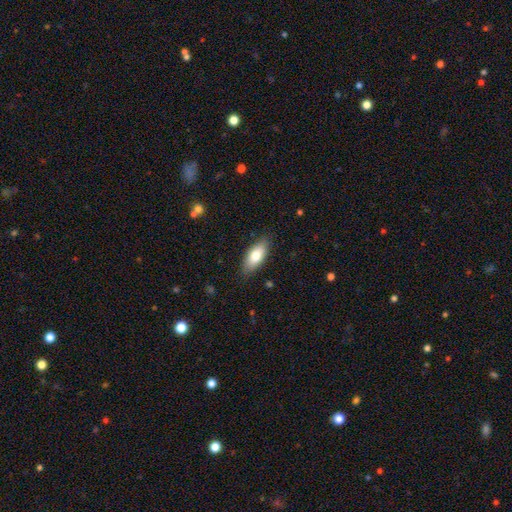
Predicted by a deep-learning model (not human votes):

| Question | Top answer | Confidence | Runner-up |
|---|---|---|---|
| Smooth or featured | smooth | 76% | featured or disk (17%) |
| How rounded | in between | 83% | cigar-shaped (15%) |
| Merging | none | 85% | minor disturbance (12%) |